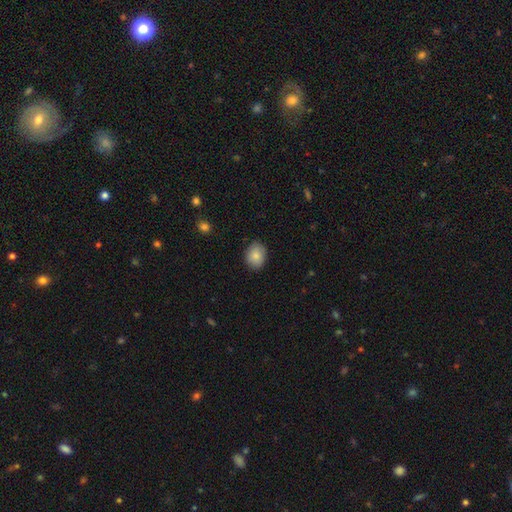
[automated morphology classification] A smooth galaxy with no disk features (86%) that is in between round and cigar-shaped (52%). Merging: none (85%).